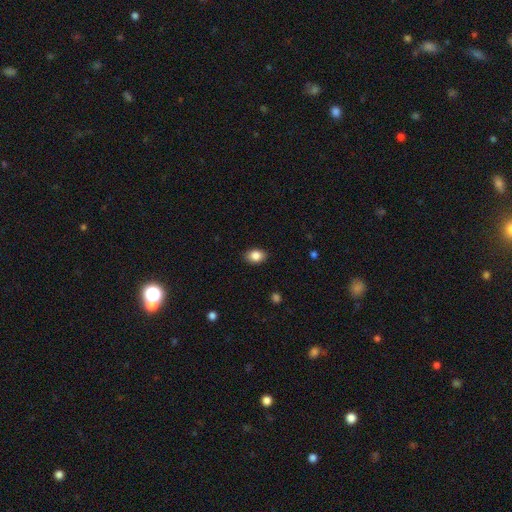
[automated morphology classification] Smooth or featured?
  - smooth: 86% *
  - star or artifact: 8%
  - featured or disk: 6%
How rounded?
  - in between: 77% *
  - round: 22%
  - cigar-shaped: 1%
Merging?
  - none: 87% *
  - minor disturbance: 10%
  - major disturbance: 2%
  - merger: 1%